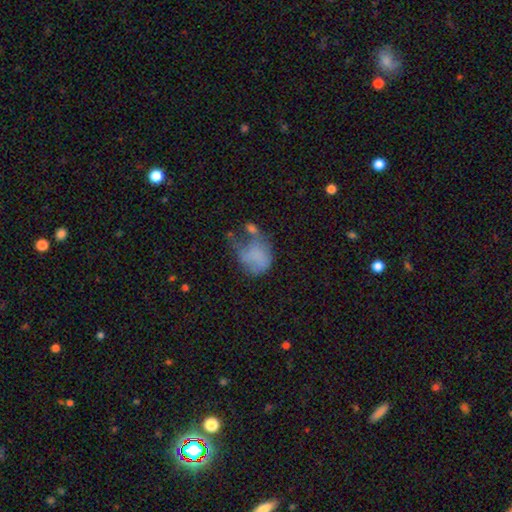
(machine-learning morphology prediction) smooth_or_featured: smooth (p=0.63) [alt: featured or disk p=0.26]
how_rounded: in between (p=0.55) [alt: round p=0.44]
merging: major disturbance (p=0.42) [alt: minor disturbance p=0.24]